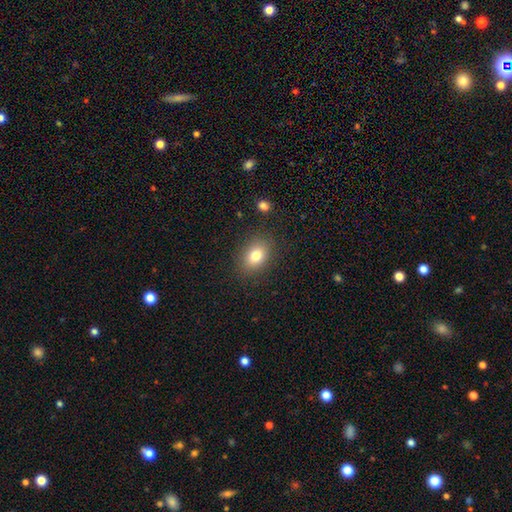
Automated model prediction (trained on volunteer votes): Smooth or featured: smooth — 80% (featured or disk — 10%)
How rounded: in between — 73% (round — 26%)
Merging: none — 85% (minor disturbance — 10%)